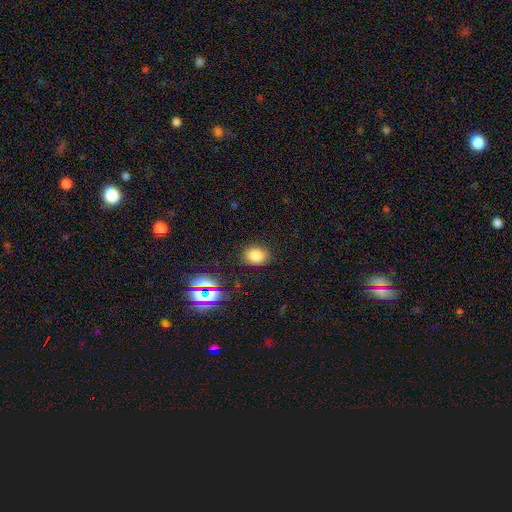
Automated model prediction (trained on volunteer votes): Morphology: type=smooth (77%); roundness=in between (59%); merging=none (85%).